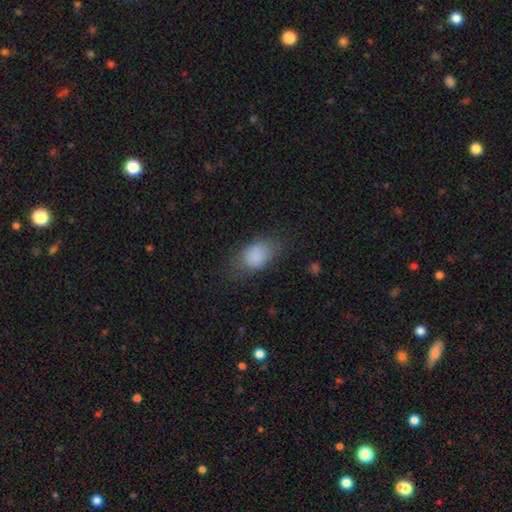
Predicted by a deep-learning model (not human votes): Overall: smooth (83%). How rounded: in between (82%). Merging: none (60%; minor disturbance 26%).